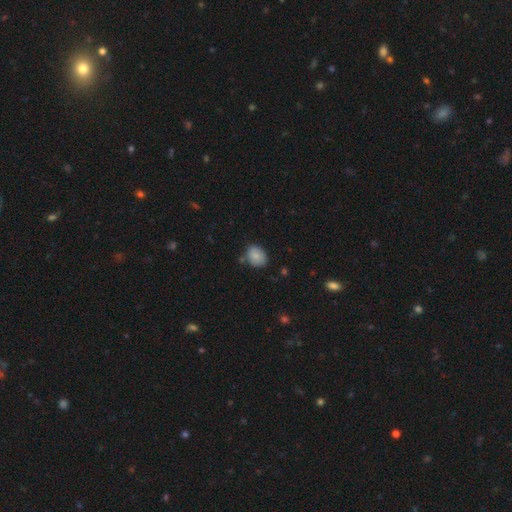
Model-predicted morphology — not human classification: Smooth or featured? Predicted: smooth (p=0.84). How rounded? Predicted: in between (p=0.54). Merging? Predicted: none (p=0.73).